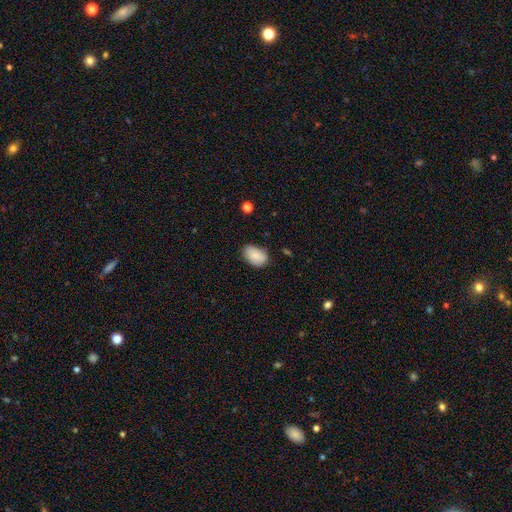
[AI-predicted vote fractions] Q: Smooth or featured?
A: smooth (85%); runner-up: featured or disk (8%)
Q: How rounded?
A: in between (88%); runner-up: round (11%)
Q: Merging?
A: none (69%); runner-up: minor disturbance (25%)